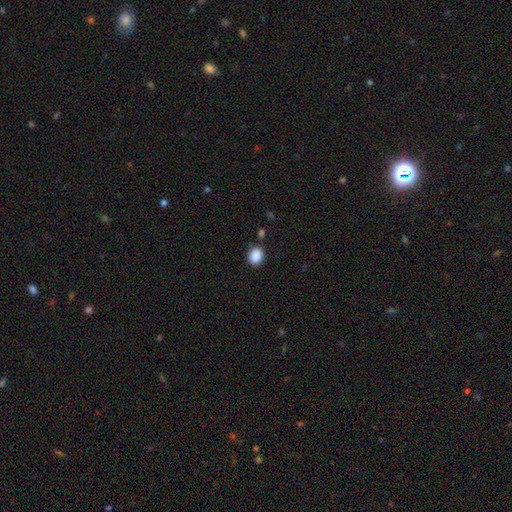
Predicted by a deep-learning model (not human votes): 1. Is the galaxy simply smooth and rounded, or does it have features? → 89% smooth, 9% star or artifact, 3% featured or disk.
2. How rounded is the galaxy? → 56% round, 43% in between, 1% cigar-shaped.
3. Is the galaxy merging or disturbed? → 81% none, 12% minor disturbance, 3% merger, 3% major disturbance.